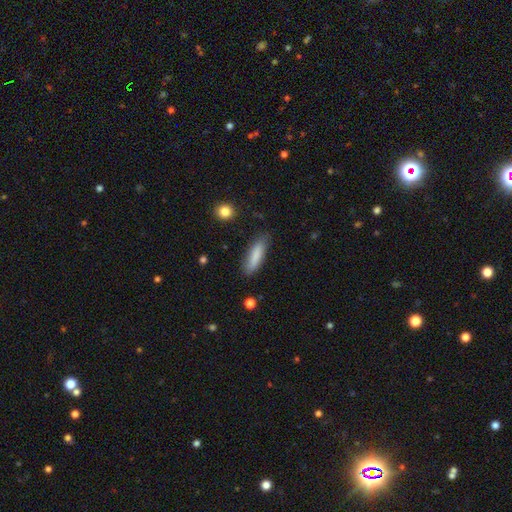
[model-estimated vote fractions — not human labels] A smooth galaxy with no disk features (82%) that is cigar-shaped (66%).

Vote fractions:
- Smooth or featured? smooth: 82% / featured or disk: 12% / star or artifact: 6%
- How rounded? cigar-shaped: 66% / in between: 33% / round: 2%
- Merging? none: 79% / minor disturbance: 16% / major disturbance: 3% / merger: 2%